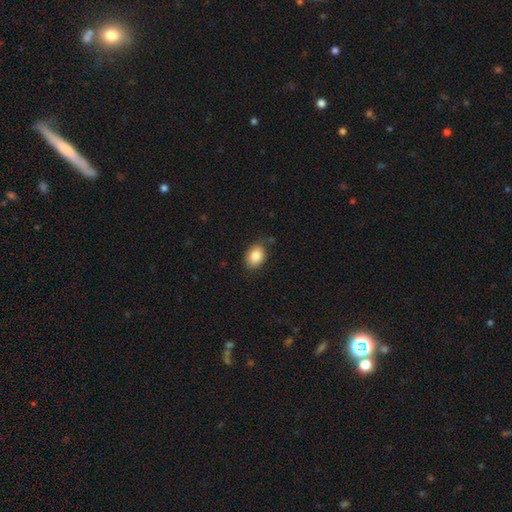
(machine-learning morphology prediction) Overall: smooth (84%). How rounded: in between (76%). Merging: none (78%).